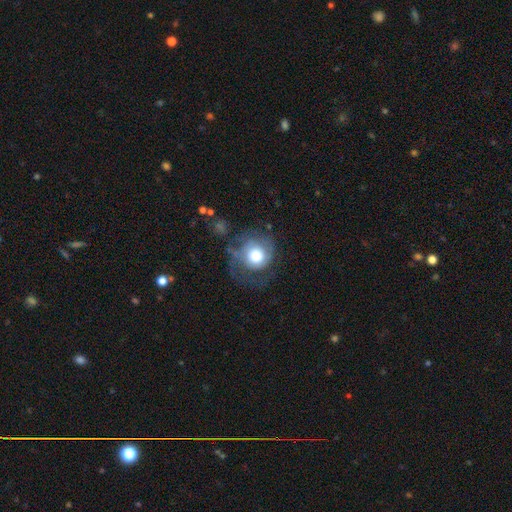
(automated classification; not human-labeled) A smooth galaxy with no disk features (59%) that is round (84%). Merging: none (43%).